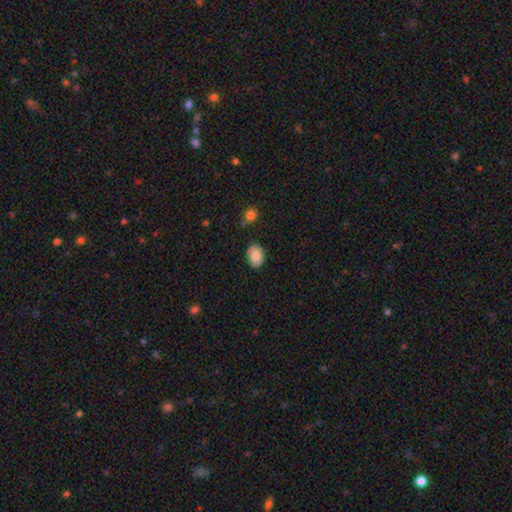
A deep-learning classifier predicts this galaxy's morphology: Smooth or featured? Predicted: smooth (p=0.82). How rounded? Predicted: in between (p=0.76). Merging? Predicted: none (p=0.77).